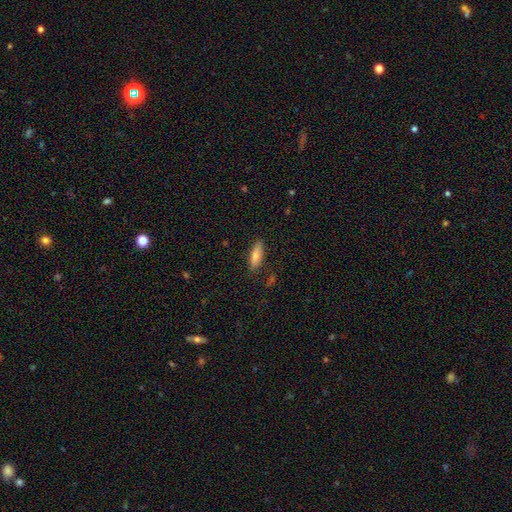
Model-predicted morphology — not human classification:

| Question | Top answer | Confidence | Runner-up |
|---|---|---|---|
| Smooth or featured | smooth | 78% | featured or disk (15%) |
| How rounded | in between | 56% | cigar-shaped (42%) |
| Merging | none | 83% | minor disturbance (12%) |